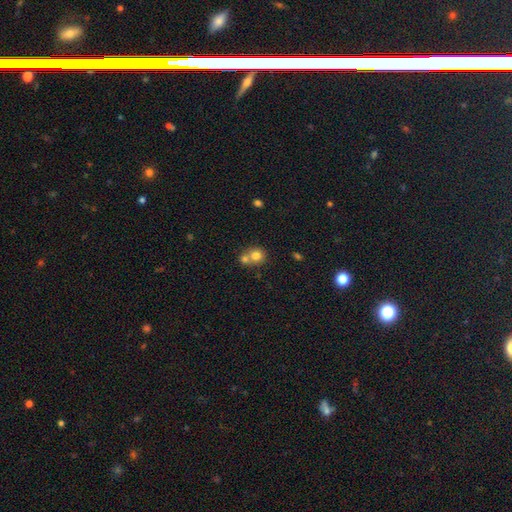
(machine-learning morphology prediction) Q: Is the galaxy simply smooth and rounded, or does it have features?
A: smooth — 77%.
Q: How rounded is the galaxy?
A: round — 82%.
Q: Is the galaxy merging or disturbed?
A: merger — 51%.